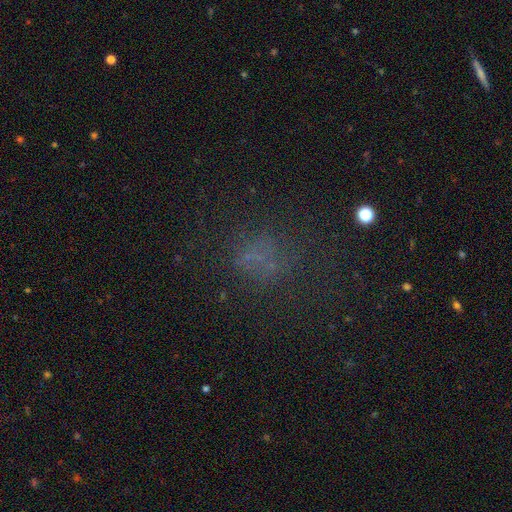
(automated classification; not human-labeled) Smooth or featured? smooth (47%)
Merging? none (62%)